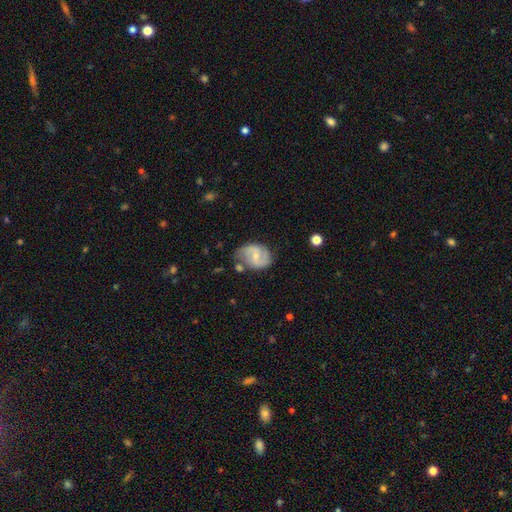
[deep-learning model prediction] This appears to be a featured or disk galaxy (73%) with a weak bar (55%), 2 (87%) medium (49%) spiral arms (91%) and a small central bulge (59%). Merging: none (61%).